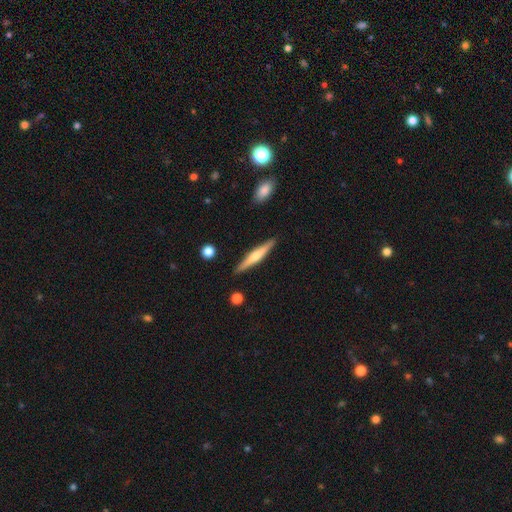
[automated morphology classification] Smooth or featured? Predicted: featured or disk (p=0.52). Edge-on disk? Predicted: yes (p=0.97). Edge-on bulge? Predicted: rounded (p=0.68). Merging? Predicted: none (p=0.89).